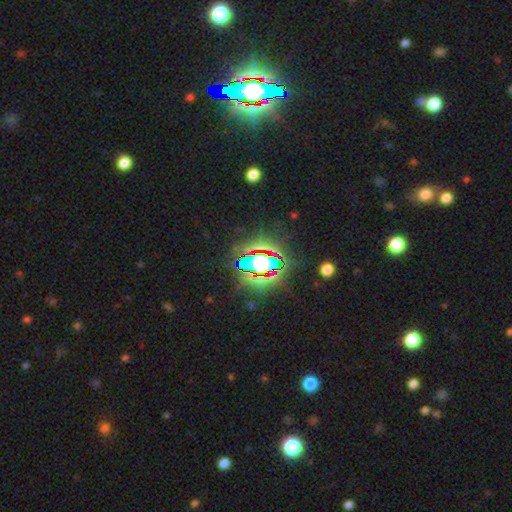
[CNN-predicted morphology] The model was most divided on "smooth or featured": star or artifact: 80%, smooth: 11%, featured or disk: 9%.